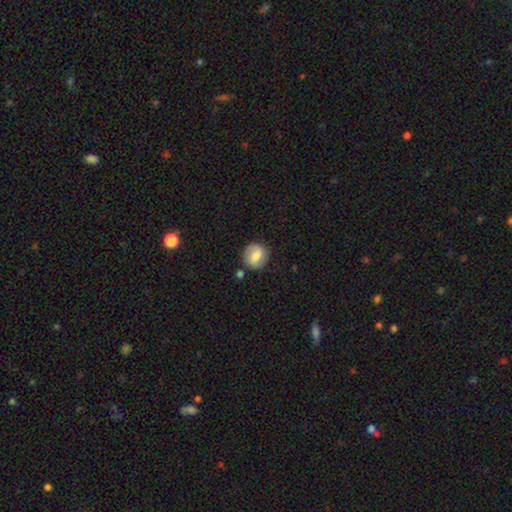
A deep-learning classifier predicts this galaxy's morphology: Overall: smooth (62%; featured or disk 30%). How rounded: round (83%). Merging: none (77%).